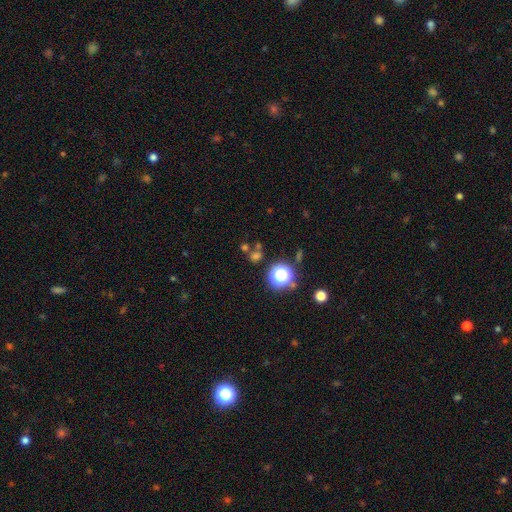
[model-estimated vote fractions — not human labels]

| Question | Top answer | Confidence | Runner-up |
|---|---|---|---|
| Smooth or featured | smooth | 54% | star or artifact (38%) |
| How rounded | round | 76% | in between (22%) |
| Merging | none | 62% | merger (23%) |